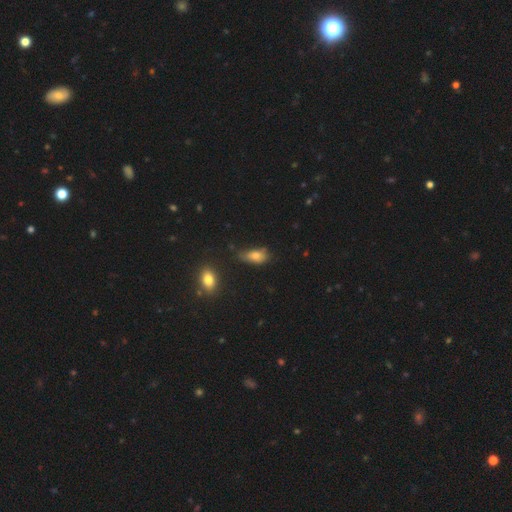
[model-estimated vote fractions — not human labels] This is likely a smooth galaxy (73%). How rounded: clearly in between (85%). Merging: possibly none (46%).